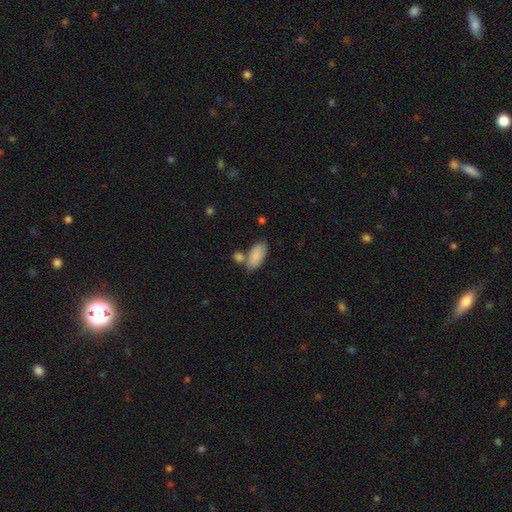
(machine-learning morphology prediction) smooth_or_featured: smooth (p=0.85) [alt: featured or disk p=0.08]
how_rounded: in between (p=0.92) [alt: cigar-shaped p=0.06]
merging: none (p=0.57) [alt: merger p=0.22]